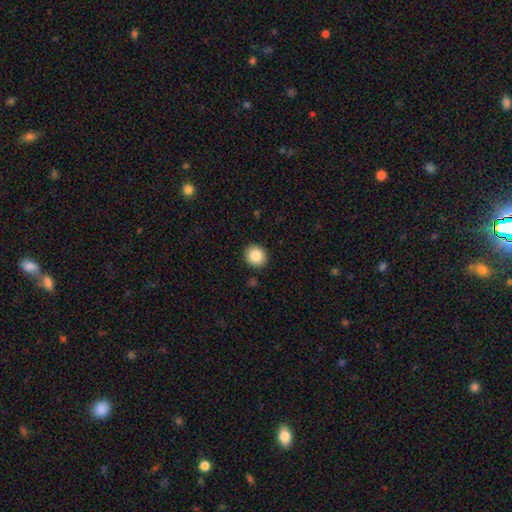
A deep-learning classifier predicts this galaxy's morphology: A smooth galaxy with no disk features (85%) that is round (86%). Merging: none (91%).